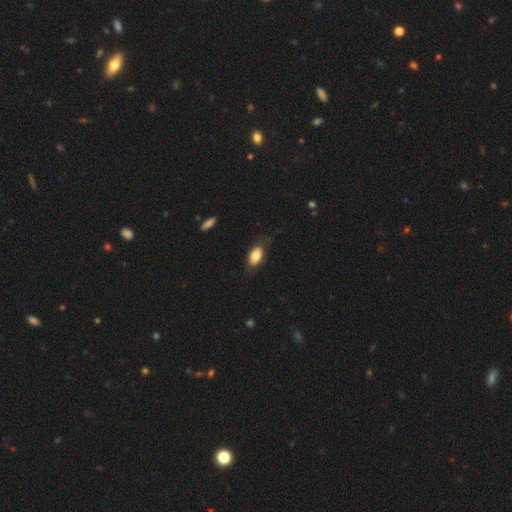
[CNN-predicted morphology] Q: Smooth or featured?
A: smooth (82%); runner-up: featured or disk (11%)
Q: How rounded?
A: in between (91%); runner-up: round (6%)
Q: Merging?
A: none (76%); runner-up: minor disturbance (18%)